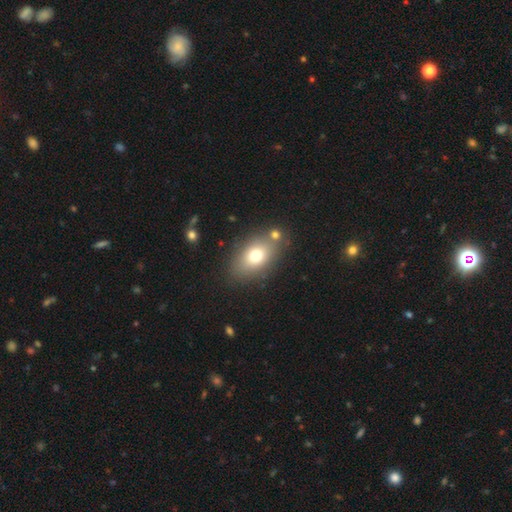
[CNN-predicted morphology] A smooth galaxy with no disk features (73%) that is in between round and cigar-shaped (84%).

Vote fractions:
- Smooth or featured? smooth: 73% / featured or disk: 16% / star or artifact: 10%
- How rounded? in between: 84% / round: 14% / cigar-shaped: 2%
- Merging? none: 74% / merger: 11% / minor disturbance: 11% / major disturbance: 4%